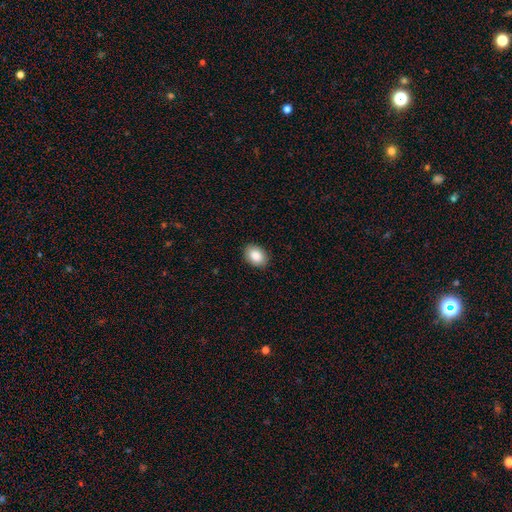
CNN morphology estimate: smooth-or-featured: smooth: 87% | star or artifact: 7% | featured or disk: 5%
  how-rounded: in between: 75% | round: 24% | cigar-shaped: 1%
  merging: none: 89% | minor disturbance: 8% | major disturbance: 2% | merger: 1%